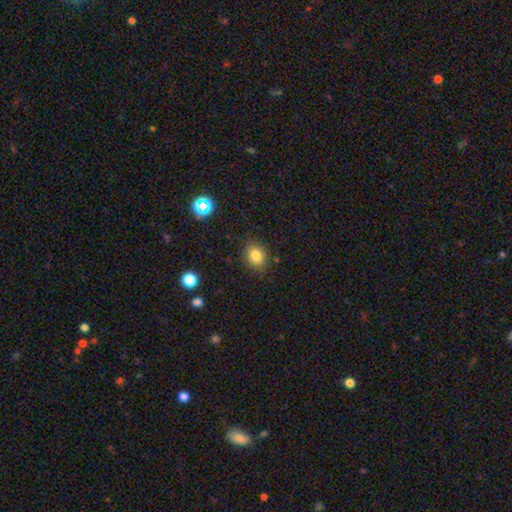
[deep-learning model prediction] This appears to be a smooth galaxy with no disk features (82%) that is round (52%). Merging: none (85%).